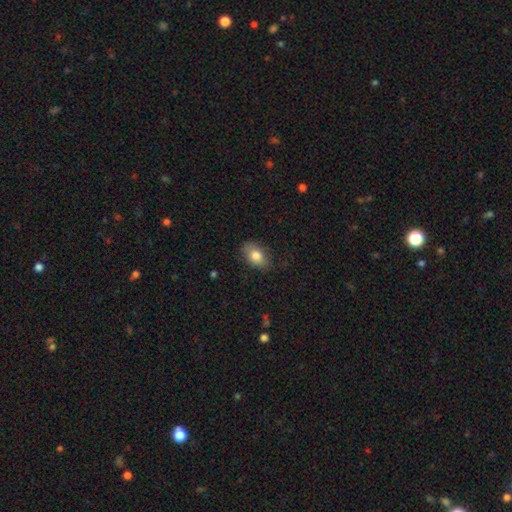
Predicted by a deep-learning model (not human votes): Overall: smooth (80%). How rounded: in between (85%). Merging: none (76%).